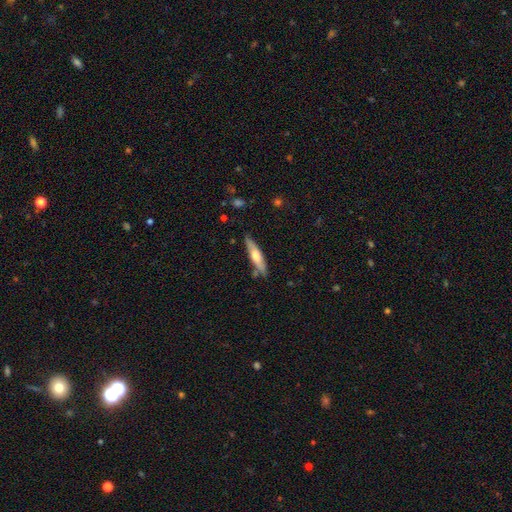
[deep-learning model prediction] This appears to be a smooth galaxy with no disk features (52%) that is cigar-shaped (80%). Merging: none (78%).